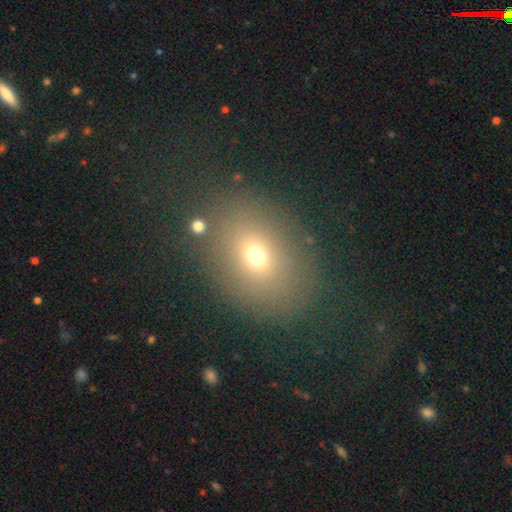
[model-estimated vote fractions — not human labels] The model was most divided on "how rounded": in between: 59%, round: 39%, cigar-shaped: 2%. More confident: merging — none (77%); smooth or featured — smooth (67%).